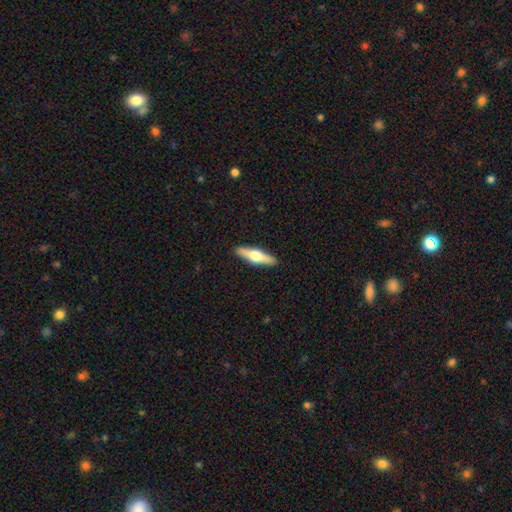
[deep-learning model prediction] This is possibly a featured or disk galaxy (55%). It is clearly viewed edge-on (94%). Edge-on bulge: clearly rounded (95%). Merging: clearly none (91%).